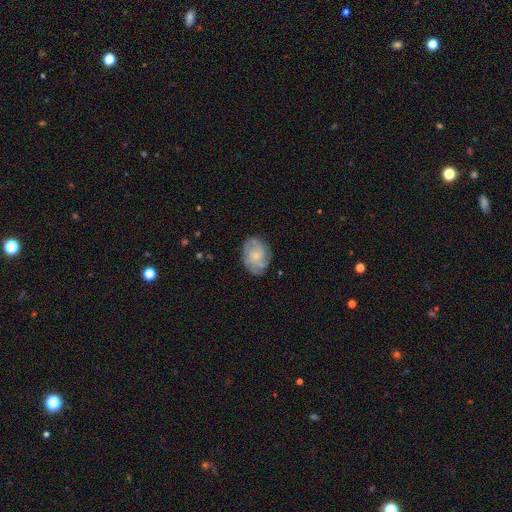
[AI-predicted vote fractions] Smooth or featured? featured or disk (59%)
Edge-on disk? no (97%)
Bar? no (77%)
Spiral arms? yes (85%)
Bulge size? small (57%)
Merging? none (76%)